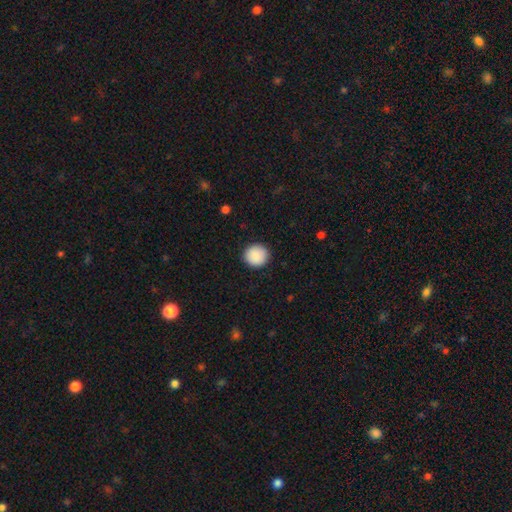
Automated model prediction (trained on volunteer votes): Smooth or featured: smooth — 90% (star or artifact — 7%)
How rounded: round — 93% (in between — 7%)
Merging: none — 91% (minor disturbance — 6%)